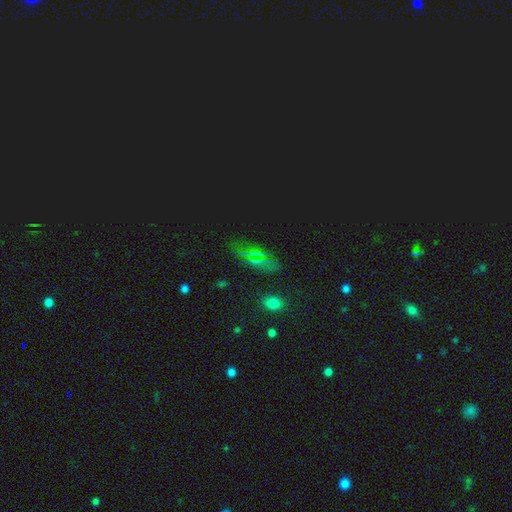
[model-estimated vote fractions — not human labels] Smooth or featured: star or artifact — 51% (smooth — 34%)